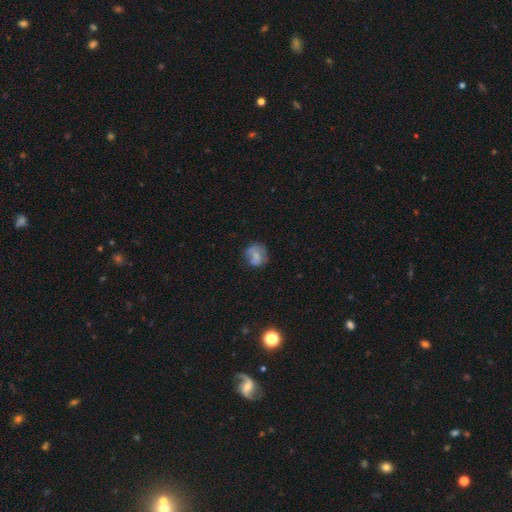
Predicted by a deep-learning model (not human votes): This is likely a smooth galaxy (63%). How rounded: likely round (77%). Merging: possibly none (57%).